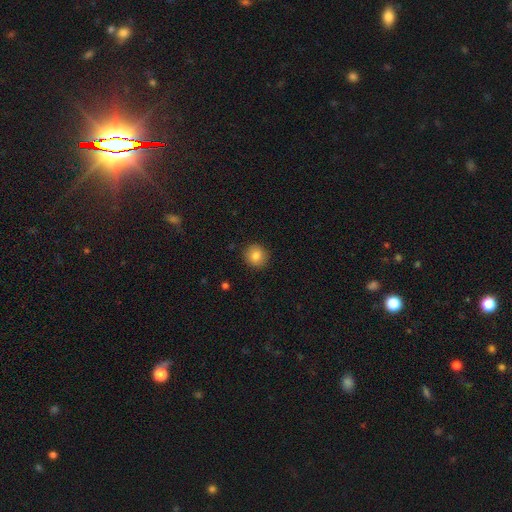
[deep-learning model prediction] smooth_or_featured: smooth (p=0.84) [alt: star or artifact p=0.09]
how_rounded: round (p=0.89) [alt: in between p=0.10]
merging: none (p=0.91) [alt: minor disturbance p=0.06]